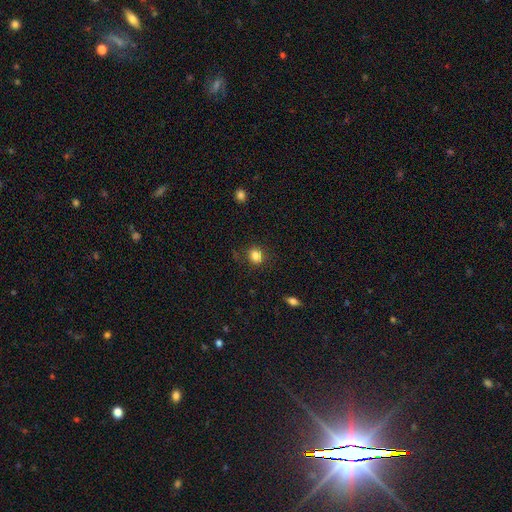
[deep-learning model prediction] smooth 84%, star or artifact 11%, featured or disk 5%. Down the decision tree: how rounded — round (75%); merging — none (84%).